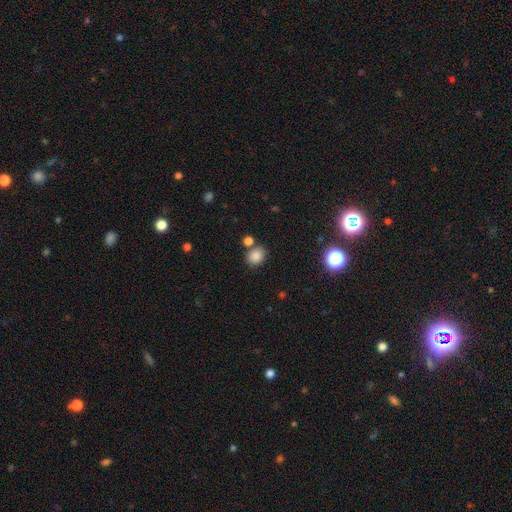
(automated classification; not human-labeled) Overall: smooth (84%). How rounded: round (64%; in between 35%). Merging: none (71%).